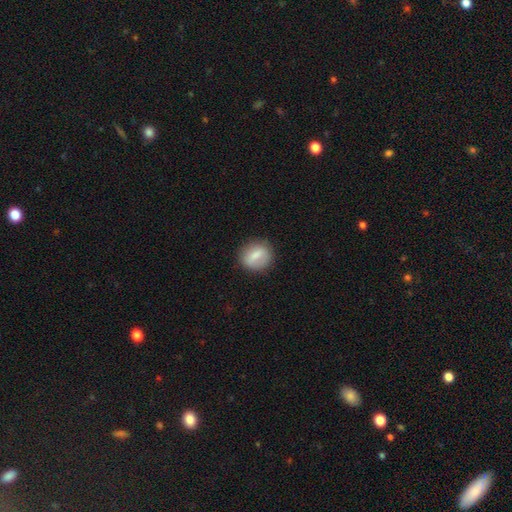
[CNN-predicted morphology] Smooth or featured?
  - smooth: 76% *
  - featured or disk: 16%
  - star or artifact: 8%
How rounded?
  - round: 69% *
  - in between: 29%
  - cigar-shaped: 2%
Merging?
  - none: 81% *
  - minor disturbance: 14%
  - major disturbance: 4%
  - merger: 1%